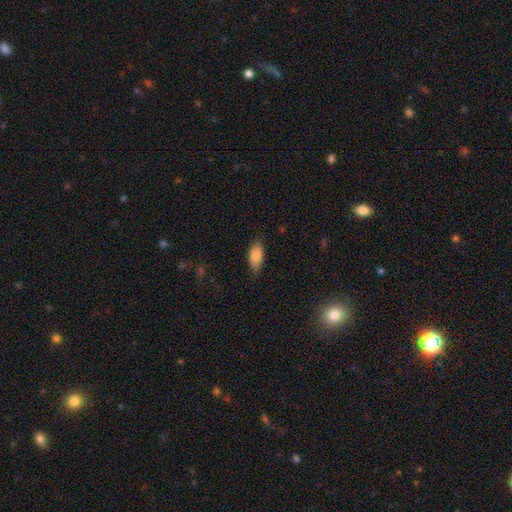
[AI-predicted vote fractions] The model was most divided on "merging": none: 78%, minor disturbance: 18%, major disturbance: 3%, merger: 1%. More confident: how rounded — in between (88%); smooth or featured — smooth (84%).